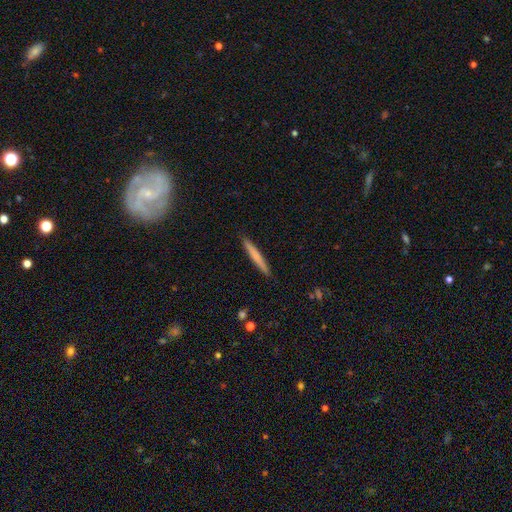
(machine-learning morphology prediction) Smooth or featured?
  - smooth: 68% *
  - featured or disk: 27%
  - star or artifact: 6%
How rounded?
  - cigar-shaped: 96% *
  - in between: 2%
  - round: 1%
Merging?
  - none: 92% *
  - minor disturbance: 6%
  - major disturbance: 1%
  - merger: 1%